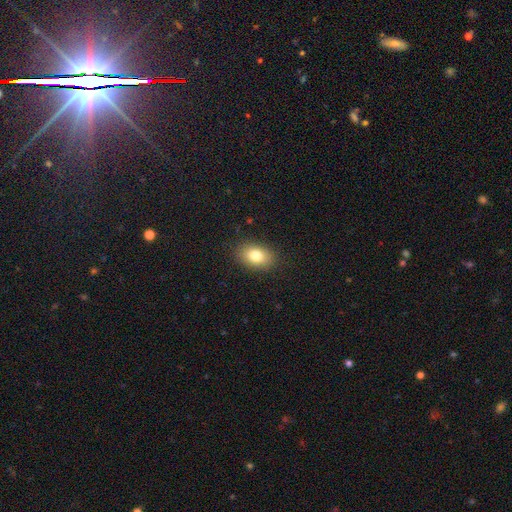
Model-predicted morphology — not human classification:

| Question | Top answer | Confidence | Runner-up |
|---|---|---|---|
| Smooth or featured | smooth | 81% | featured or disk (10%) |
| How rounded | in between | 84% | round (15%) |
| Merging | none | 88% | minor disturbance (9%) |